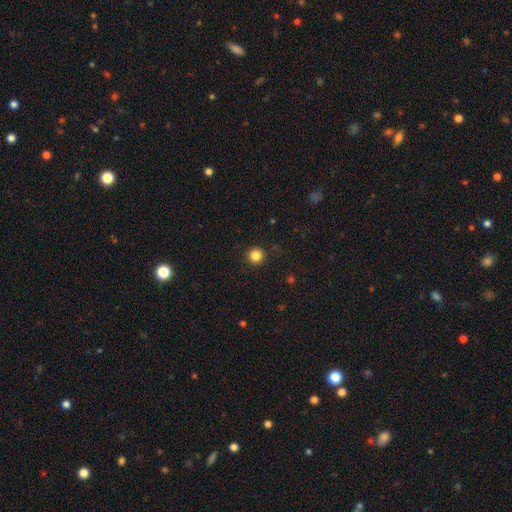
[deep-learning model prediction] The model was most divided on "smooth or featured": smooth: 84%, star or artifact: 12%, featured or disk: 4%. More confident: how rounded — round (95%); merging — none (92%).